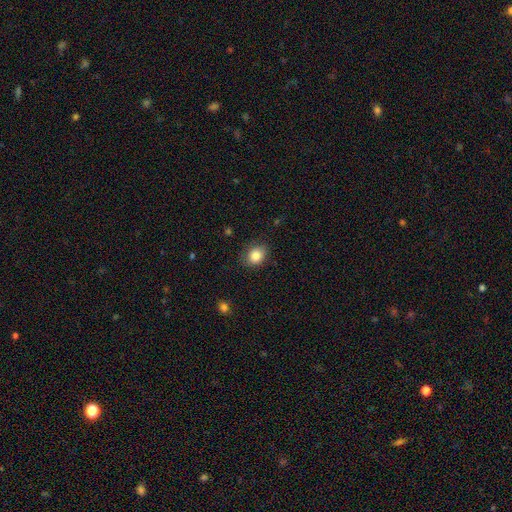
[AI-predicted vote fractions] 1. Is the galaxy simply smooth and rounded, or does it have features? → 84% smooth, 9% star or artifact, 6% featured or disk.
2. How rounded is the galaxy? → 51% round, 48% in between, 1% cigar-shaped.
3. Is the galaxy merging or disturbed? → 80% none, 15% minor disturbance, 3% major disturbance, 1% merger.